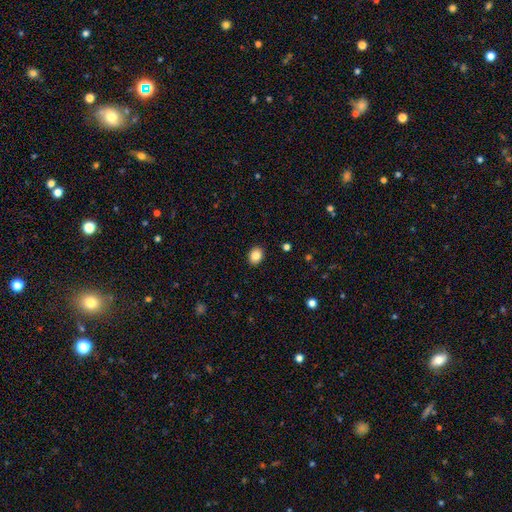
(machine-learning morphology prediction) A smooth galaxy with no disk features (86%) that is in between round and cigar-shaped (50%). Merging: none (90%).